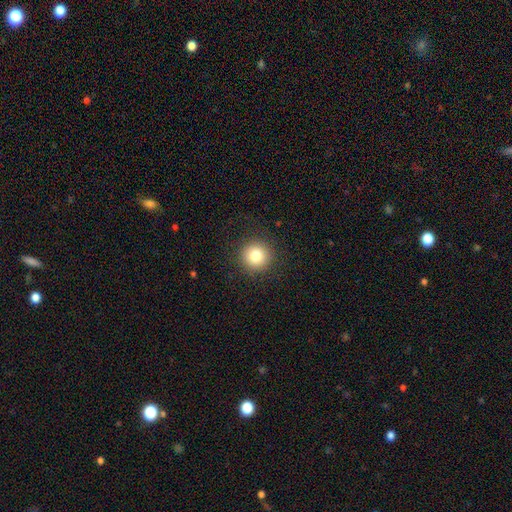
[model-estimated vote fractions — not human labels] Smooth or featured? smooth (80%)
How rounded? round (95%)
Merging? none (91%)